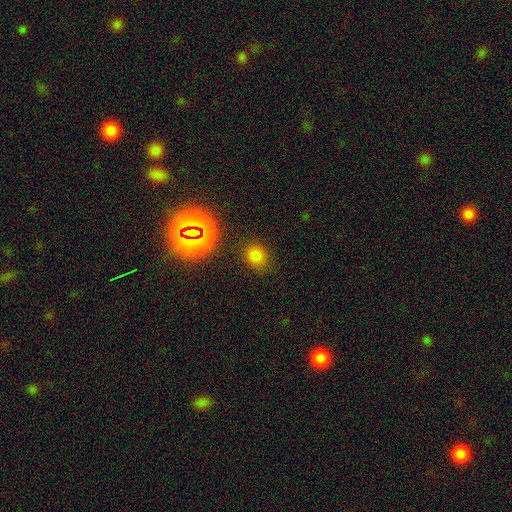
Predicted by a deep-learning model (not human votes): This is likely a smooth galaxy (72%). How rounded: likely round (64%). Merging: clearly none (81%).